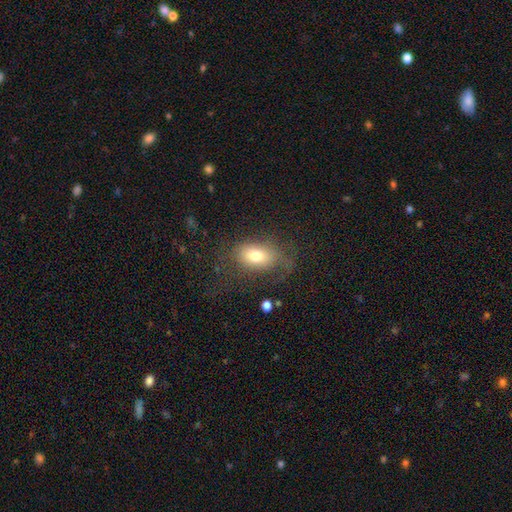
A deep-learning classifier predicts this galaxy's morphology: This is likely a smooth galaxy (73%). How rounded: clearly in between (85%). Merging: possibly none (59%).